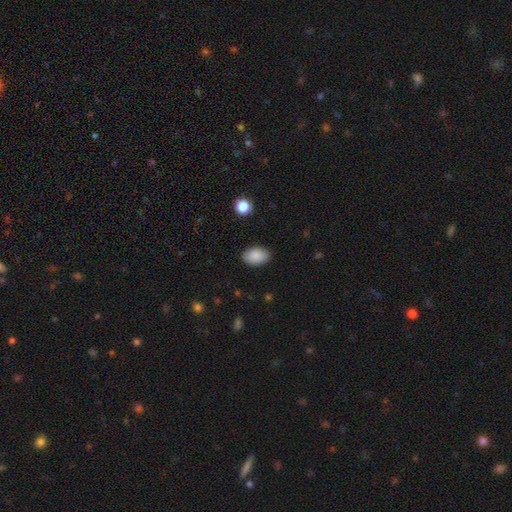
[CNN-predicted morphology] This is clearly a smooth galaxy (88%). How rounded: clearly in between (90%). Merging: clearly none (87%).